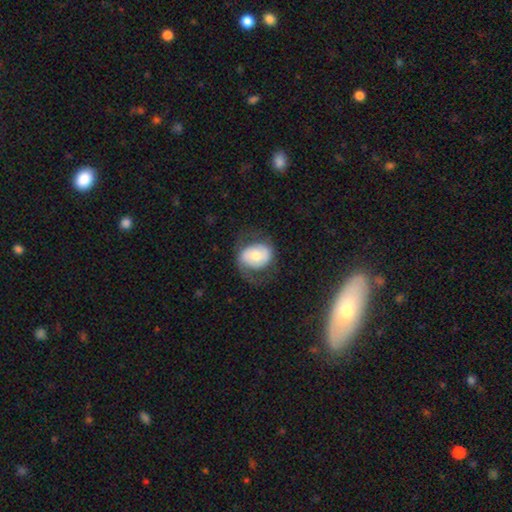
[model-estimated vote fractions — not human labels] This is possibly a smooth galaxy (47%). Merging: possibly none (57%).